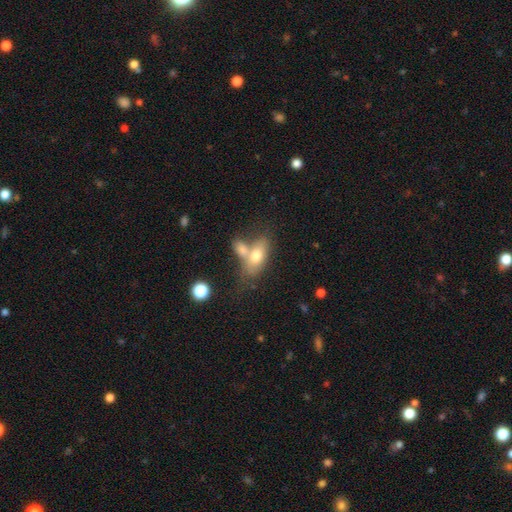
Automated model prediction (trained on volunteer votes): Smooth or featured? Predicted: smooth (p=0.69). How rounded? Predicted: in between (p=0.82). Merging? Predicted: merger (p=0.49).